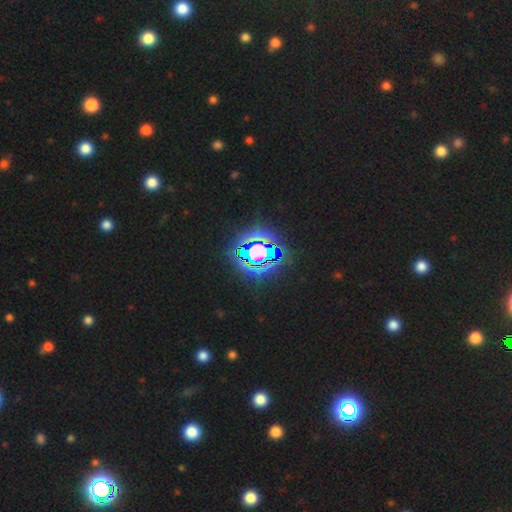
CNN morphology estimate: The model was most divided on "smooth or featured": star or artifact: 82%, smooth: 11%, featured or disk: 7%.